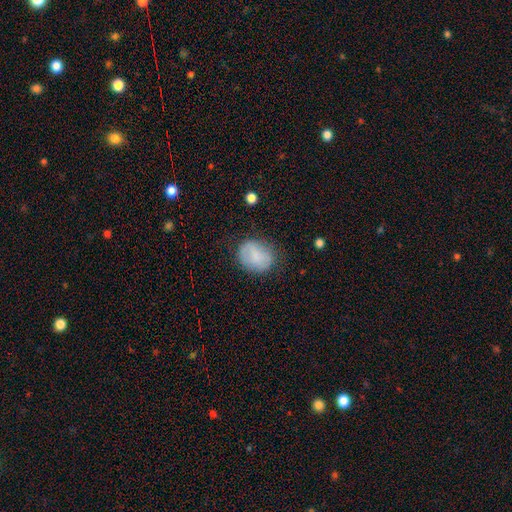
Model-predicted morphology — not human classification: Q: Smooth or featured?
A: smooth (77%); runner-up: featured or disk (15%)
Q: How rounded?
A: round (58%); runner-up: in between (41%)
Q: Merging?
A: none (70%); runner-up: minor disturbance (21%)